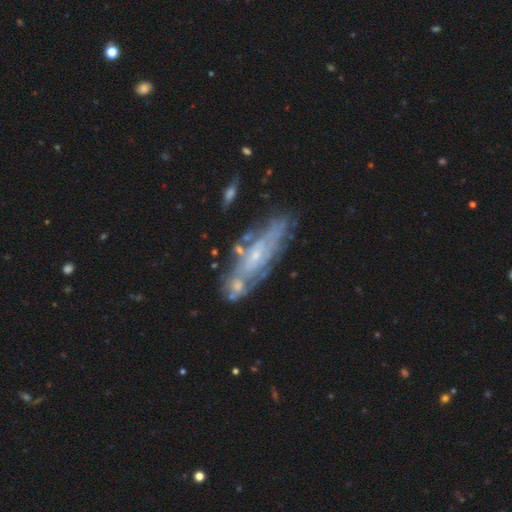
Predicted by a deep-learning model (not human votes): Smooth or featured? featured or disk (70%)
Edge-on disk? no (71%)
Merging? none (63%)